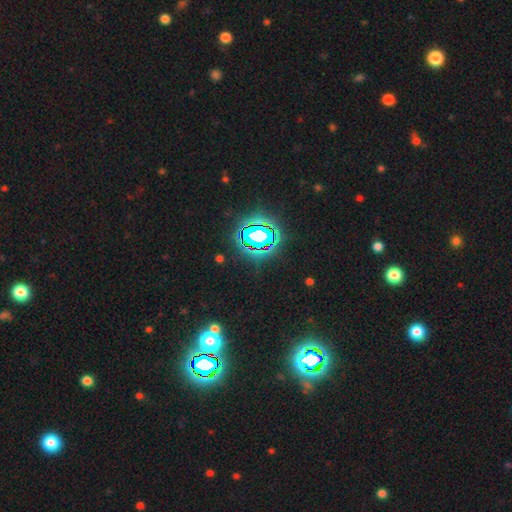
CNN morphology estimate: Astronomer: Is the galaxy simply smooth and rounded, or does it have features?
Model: star or artifact — 83%.